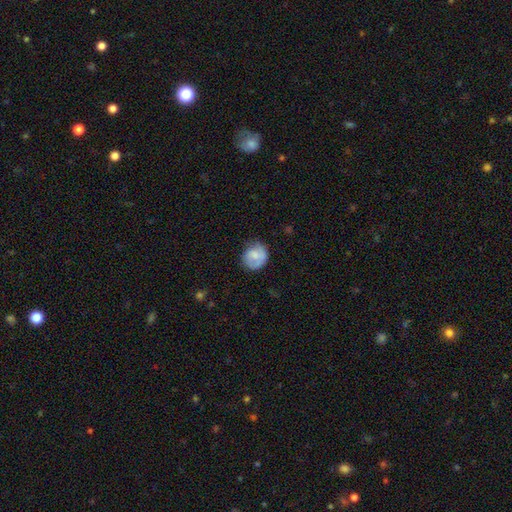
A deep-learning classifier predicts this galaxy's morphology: Smooth or featured?
  - smooth: 69% *
  - featured or disk: 24%
  - star or artifact: 7%
How rounded?
  - round: 79% *
  - in between: 20%
  - cigar-shaped: 1%
Merging?
  - none: 61% *
  - minor disturbance: 27%
  - major disturbance: 11%
  - merger: 2%